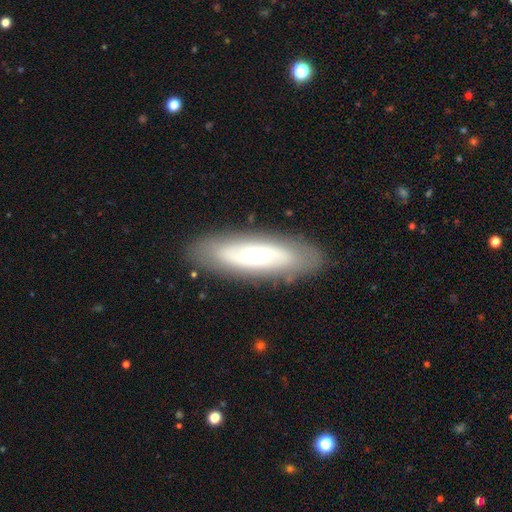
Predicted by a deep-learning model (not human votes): Smooth or featured: featured or disk — 54% (smooth — 40%)
Edge-on disk: no — 73% (yes — 27%)
Merging: none — 85% (minor disturbance — 10%)